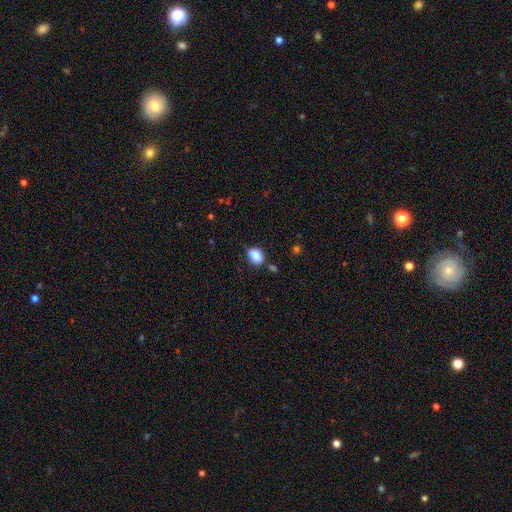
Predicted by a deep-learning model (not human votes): Smooth or featured? smooth (85%)
How rounded? in between (72%)
Merging? none (78%)